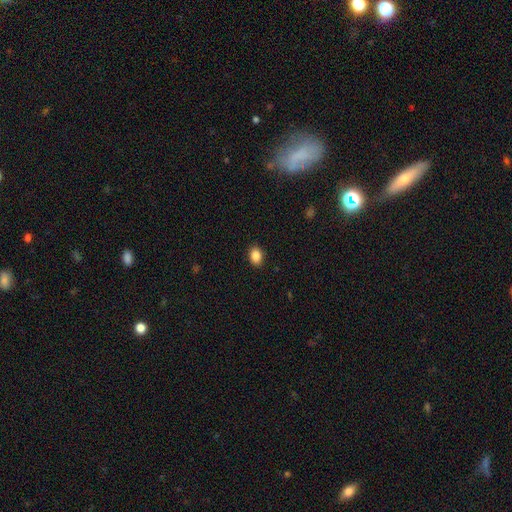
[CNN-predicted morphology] The model was most divided on "how rounded": in between: 76%, round: 23%, cigar-shaped: 1%. More confident: merging — none (90%); smooth or featured — smooth (87%).